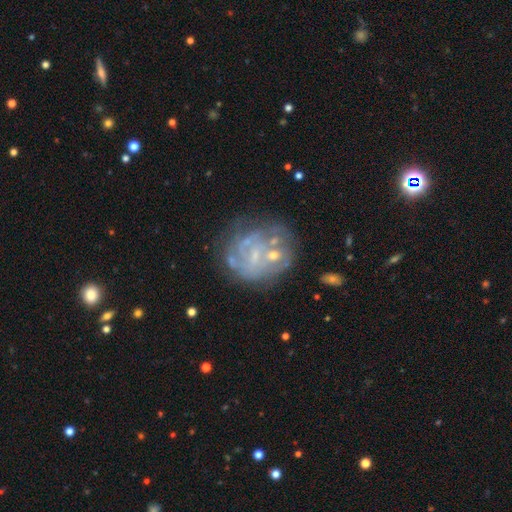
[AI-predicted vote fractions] A featured or disk galaxy (67%) with no bar (69%), no spiral arms (57%) and a small central bulge (56%).

Vote fractions:
- Smooth or featured? featured or disk: 67% / smooth: 19% / star or artifact: 14%
- Edge-on disk? no: 98% / yes: 2%
- Bar? no: 69% / weak: 24% / strong: 7%
- Spiral arms? no: 57% / yes: 43%
- Bulge size? small: 56% / none: 29% / moderate: 13% / large: 1% / dominant: 1%
- Merging? none: 54% / minor disturbance: 18% / major disturbance: 16% / merger: 12%